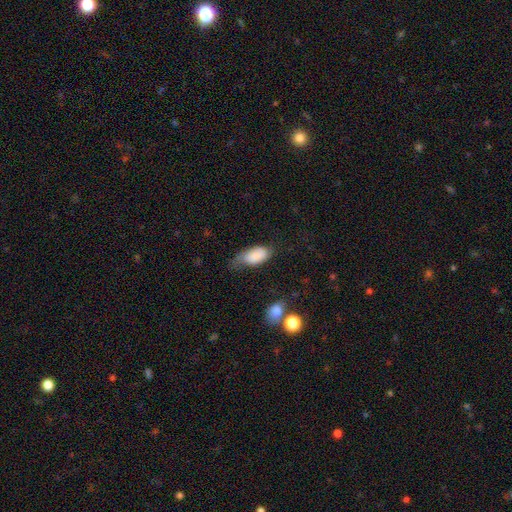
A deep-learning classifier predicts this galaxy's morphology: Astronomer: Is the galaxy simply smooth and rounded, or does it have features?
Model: smooth — 80%.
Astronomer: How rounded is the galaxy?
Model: in between — 93%.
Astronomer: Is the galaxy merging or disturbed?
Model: minor disturbance — 40% (runner-up: none, 33%).